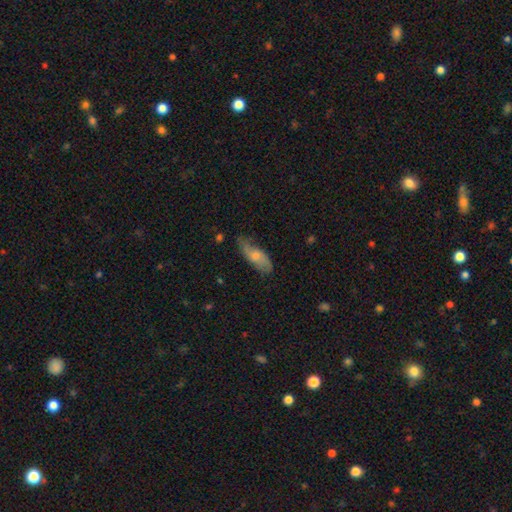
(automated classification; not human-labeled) Smooth or featured?
  - featured or disk: 49% *
  - smooth: 43%
  - star or artifact: 8%
Merging?
  - none: 66% *
  - minor disturbance: 26%
  - major disturbance: 6%
  - merger: 2%